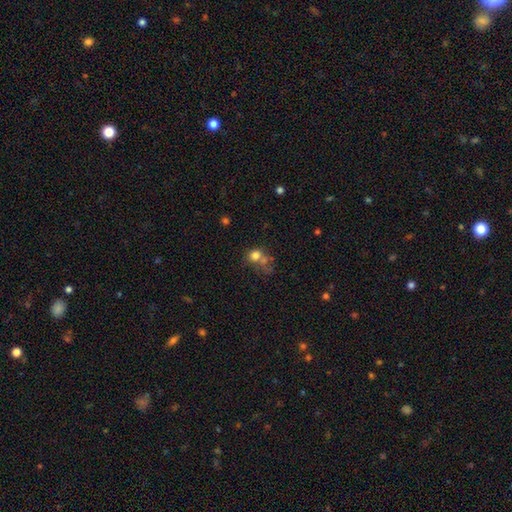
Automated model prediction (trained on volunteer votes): Smooth or featured?
  - smooth: 71% *
  - star or artifact: 14%
  - featured or disk: 14%
How rounded?
  - round: 71% *
  - in between: 28%
  - cigar-shaped: 1%
Merging?
  - none: 37% *
  - merger: 36%
  - minor disturbance: 14%
  - major disturbance: 13%